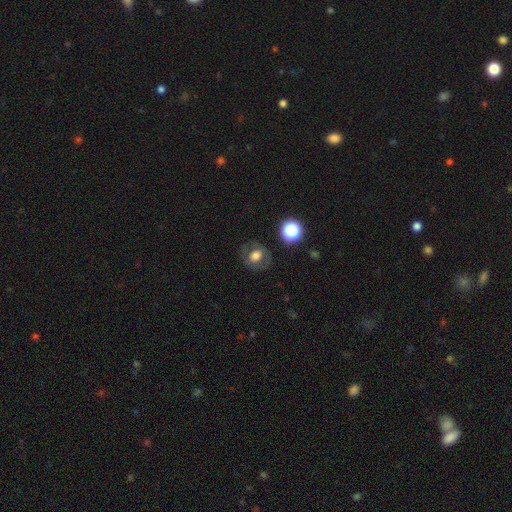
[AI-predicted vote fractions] Smooth or featured: smooth — 57% (featured or disk — 31%)
How rounded: round — 66% (in between — 33%)
Merging: none — 78% (minor disturbance — 13%)